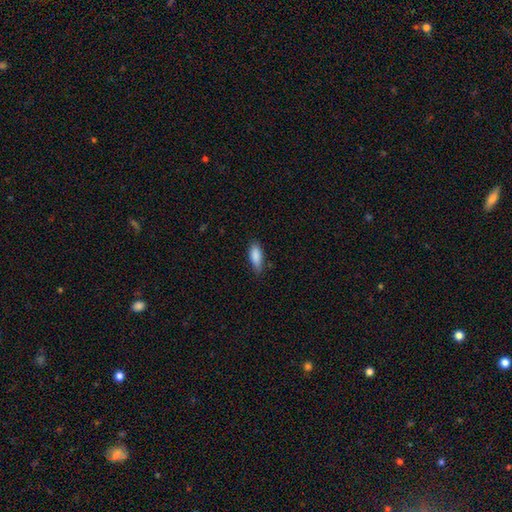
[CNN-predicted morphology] Smooth or featured? smooth (87%)
How rounded? in between (69%)
Merging? none (74%)